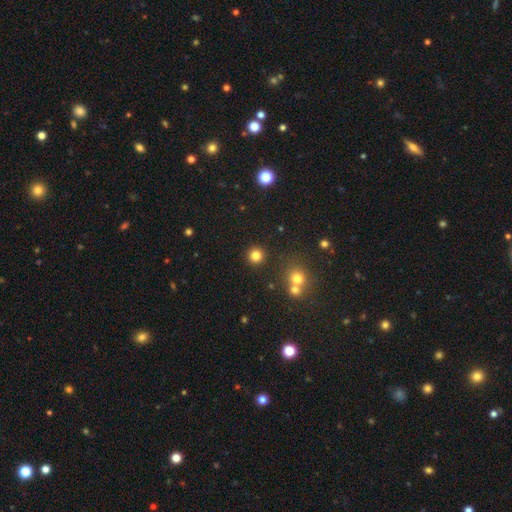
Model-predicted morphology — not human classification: Q: Smooth or featured?
A: smooth (82%); runner-up: star or artifact (13%)
Q: How rounded?
A: round (94%); runner-up: in between (5%)
Q: Merging?
A: none (89%); runner-up: minor disturbance (5%)